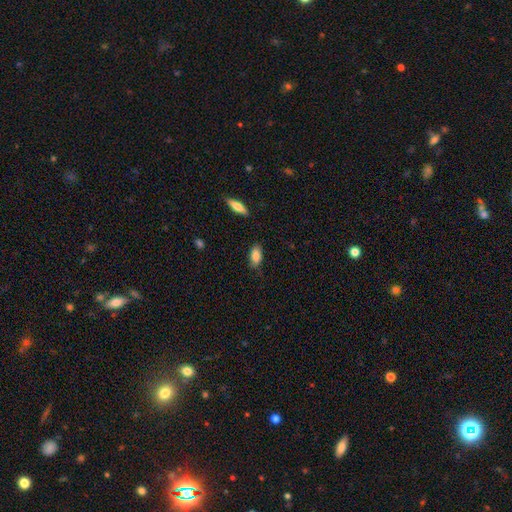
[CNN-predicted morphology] Q: Smooth or featured?
A: smooth (86%); runner-up: featured or disk (8%)
Q: How rounded?
A: in between (87%); runner-up: cigar-shaped (10%)
Q: Merging?
A: none (77%); runner-up: minor disturbance (18%)